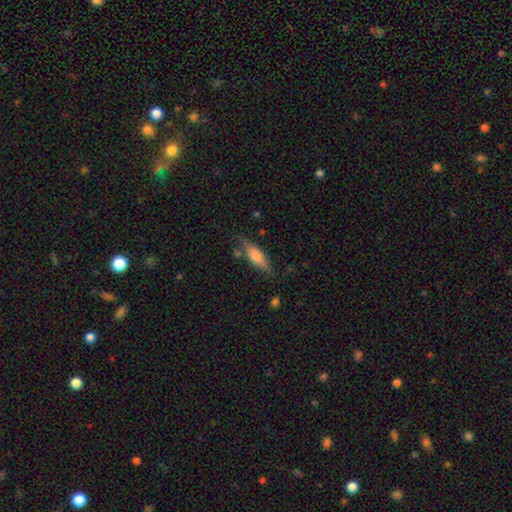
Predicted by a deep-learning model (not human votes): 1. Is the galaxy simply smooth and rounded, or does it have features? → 59% smooth, 34% featured or disk, 7% star or artifact.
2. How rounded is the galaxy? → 56% cigar-shaped, 41% in between, 2% round.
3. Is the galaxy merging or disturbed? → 72% none, 18% minor disturbance, 5% major disturbance, 5% merger.